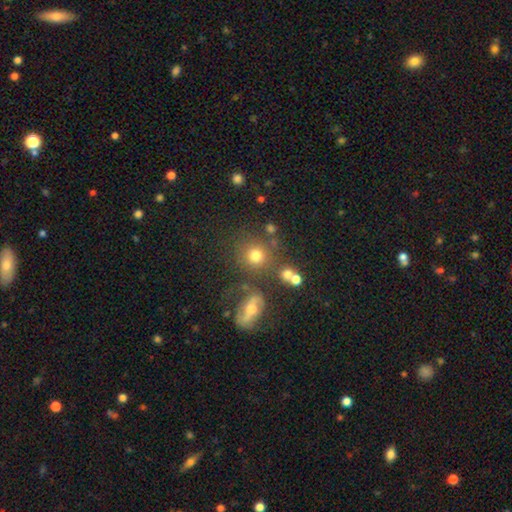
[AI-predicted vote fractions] smooth 73%, star or artifact 15%, featured or disk 12%. Down the decision tree: how rounded — round (87%); merging — none (68%).